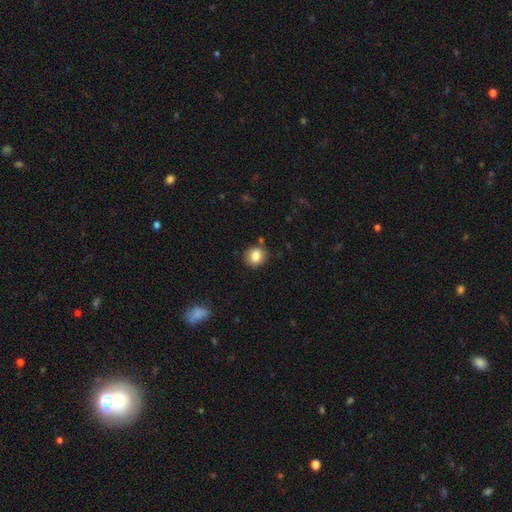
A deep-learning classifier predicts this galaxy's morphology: Smooth or featured?
  - smooth: 83% *
  - star or artifact: 9%
  - featured or disk: 7%
How rounded?
  - round: 74% *
  - in between: 25%
  - cigar-shaped: 1%
Merging?
  - none: 83% *
  - minor disturbance: 11%
  - merger: 4%
  - major disturbance: 3%